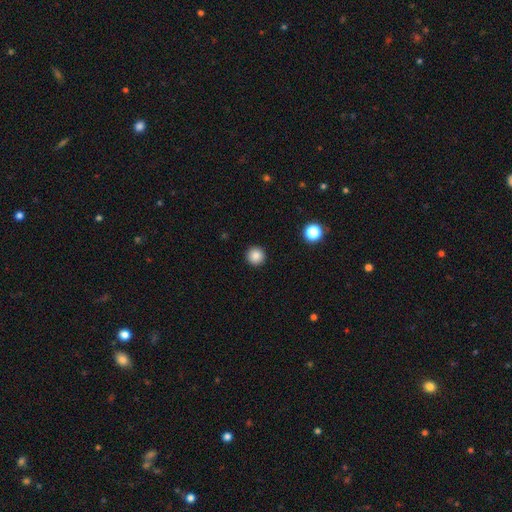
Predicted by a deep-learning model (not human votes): Smooth or featured? Predicted: smooth (p=0.86). How rounded? Predicted: round (p=0.96). Merging? Predicted: none (p=0.93).